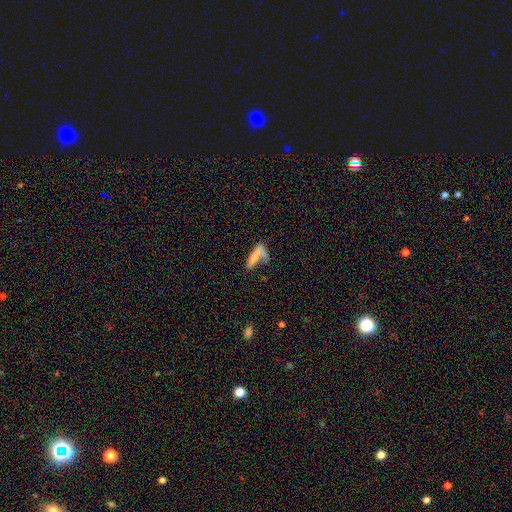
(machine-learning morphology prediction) Q: Smooth or featured?
A: smooth (66%); runner-up: featured or disk (23%)
Q: How rounded?
A: cigar-shaped (69%); runner-up: in between (27%)
Q: Merging?
A: none (35%); runner-up: merger (32%)